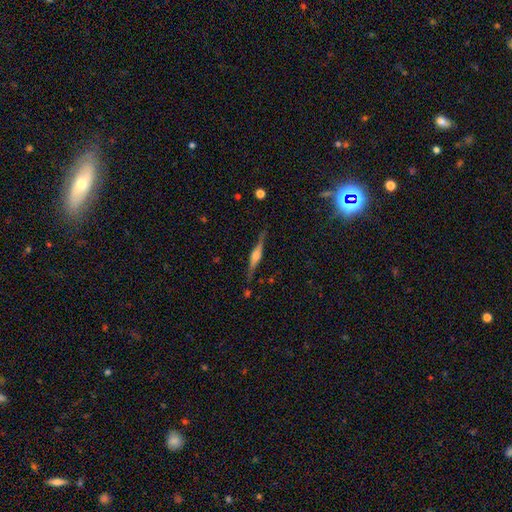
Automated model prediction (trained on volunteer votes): featured or disk 80%, smooth 14%, star or artifact 6%. Down the decision tree: edge-on disk — yes (98%); edge-on bulge — rounded (85%); merging — none (86%).